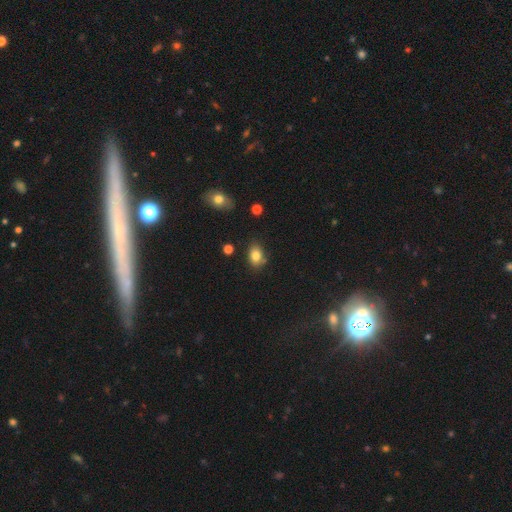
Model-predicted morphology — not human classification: Overall: smooth (82%). How rounded: in between (78%). Merging: none (74%).